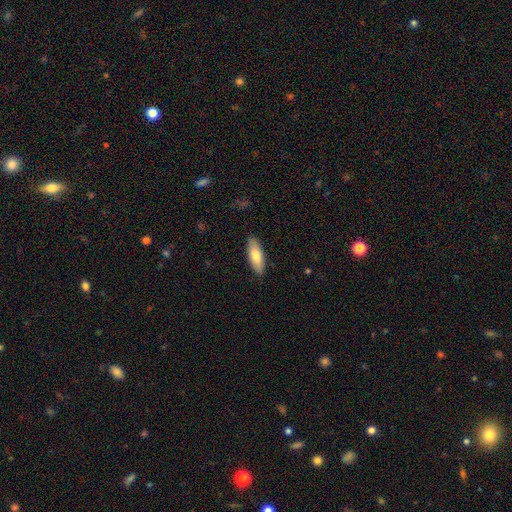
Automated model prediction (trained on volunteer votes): Morphology: type=smooth (76%); roundness=in between (65%); merging=none (88%).